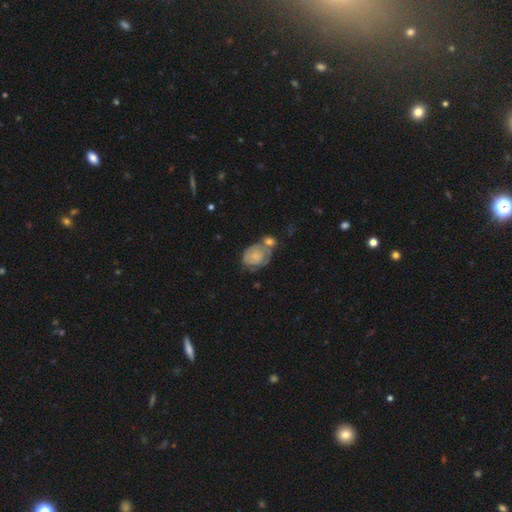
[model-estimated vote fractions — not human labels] Smooth or featured?
  - smooth: 47% *
  - featured or disk: 45%
  - star or artifact: 8%
Merging?
  - merger: 40% *
  - none: 30%
  - minor disturbance: 19%
  - major disturbance: 12%